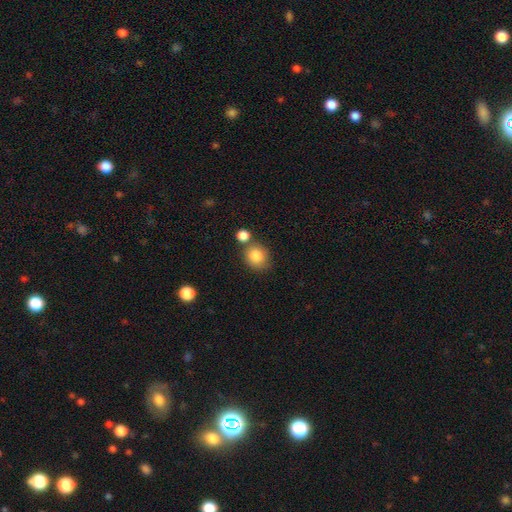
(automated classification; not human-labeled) This is clearly a smooth galaxy (85%). How rounded: likely round (77%). Merging: likely none (63%).